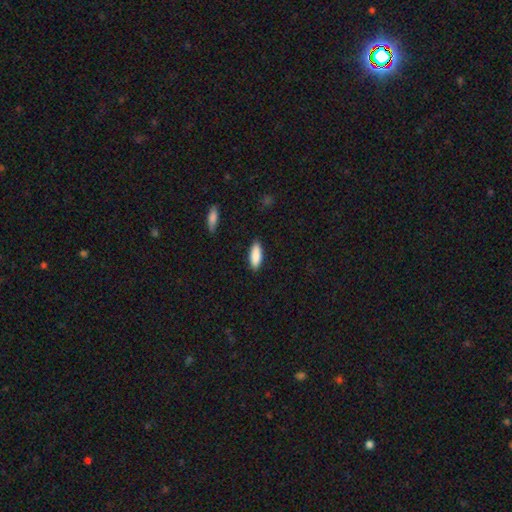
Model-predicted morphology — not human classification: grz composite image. It shows a smooth galaxy with no disk features (89%) that is in between round and cigar-shaped (68%). Merging: none (88%).